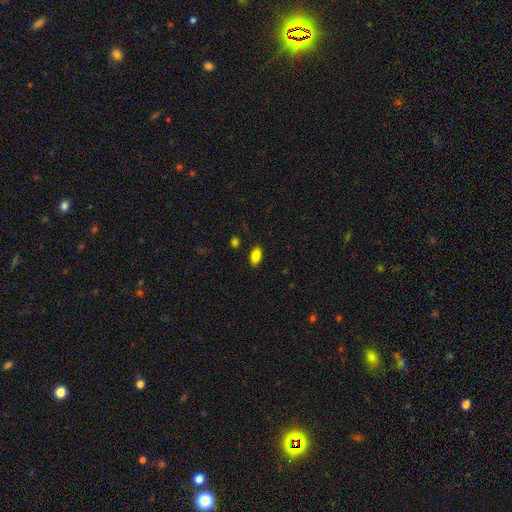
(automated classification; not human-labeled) Q: Smooth or featured?
A: smooth (85%); runner-up: star or artifact (8%)
Q: How rounded?
A: in between (92%); runner-up: cigar-shaped (4%)
Q: Merging?
A: none (87%); runner-up: minor disturbance (9%)